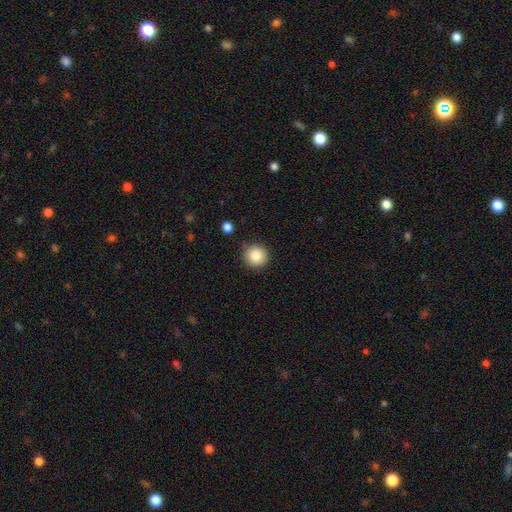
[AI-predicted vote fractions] smooth_or_featured: smooth (p=0.86) [alt: star or artifact p=0.09]
how_rounded: round (p=0.93) [alt: in between p=0.07]
merging: none (p=0.84) [alt: minor disturbance p=0.11]